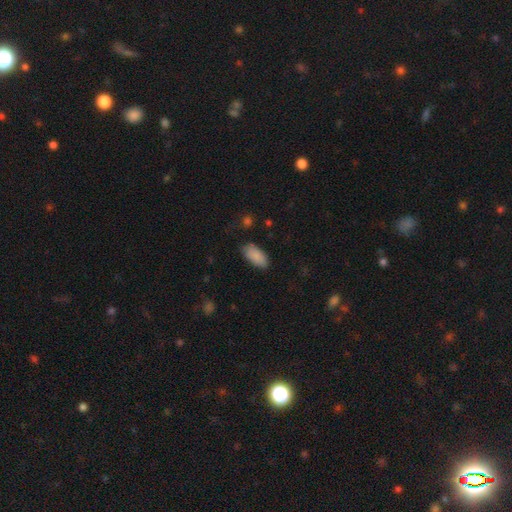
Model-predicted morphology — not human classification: Smooth or featured?
  - smooth: 88% *
  - star or artifact: 6%
  - featured or disk: 6%
How rounded?
  - in between: 93% *
  - cigar-shaped: 5%
  - round: 2%
Merging?
  - none: 78% *
  - minor disturbance: 17%
  - major disturbance: 4%
  - merger: 1%